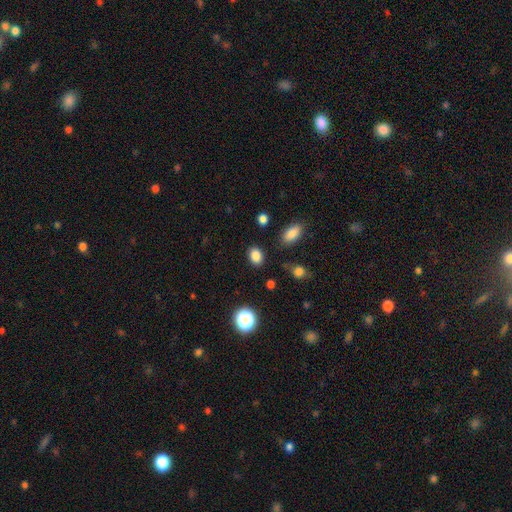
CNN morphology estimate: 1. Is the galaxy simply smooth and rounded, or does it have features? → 84% smooth, 11% star or artifact, 5% featured or disk.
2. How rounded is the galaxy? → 70% in between, 29% round, 1% cigar-shaped.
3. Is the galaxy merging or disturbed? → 85% none, 10% minor disturbance, 3% major disturbance, 2% merger.